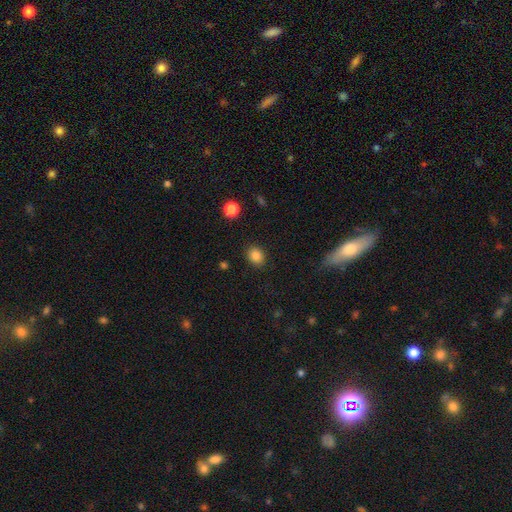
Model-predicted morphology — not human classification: type=smooth (85%); roundness=round (54%); merging=none (88%).